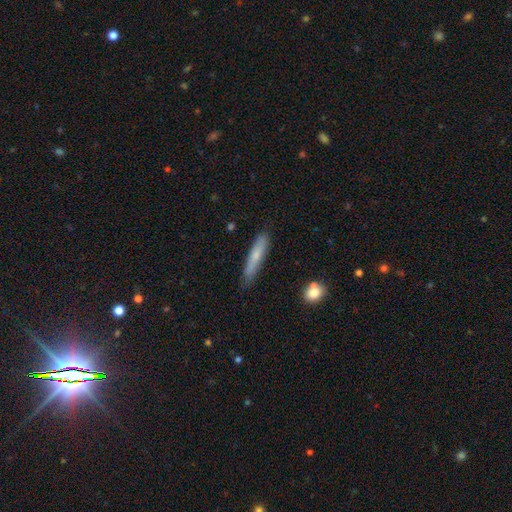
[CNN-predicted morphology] Overall: smooth (67%). How rounded: cigar-shaped (88%). Merging: none (77%).